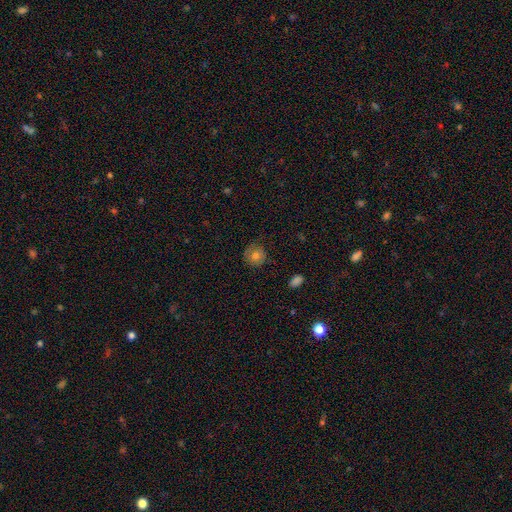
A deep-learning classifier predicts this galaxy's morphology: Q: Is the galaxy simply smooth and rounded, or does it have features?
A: smooth — 74%.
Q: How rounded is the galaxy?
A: round — 91%.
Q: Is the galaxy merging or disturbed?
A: none — 79%.